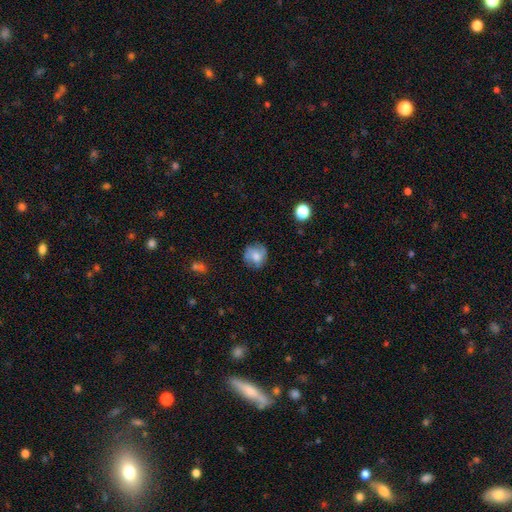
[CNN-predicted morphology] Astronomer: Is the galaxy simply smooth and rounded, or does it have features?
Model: smooth — 61%.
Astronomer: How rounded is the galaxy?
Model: round — 80%.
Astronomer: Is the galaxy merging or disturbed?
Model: none — 69%.